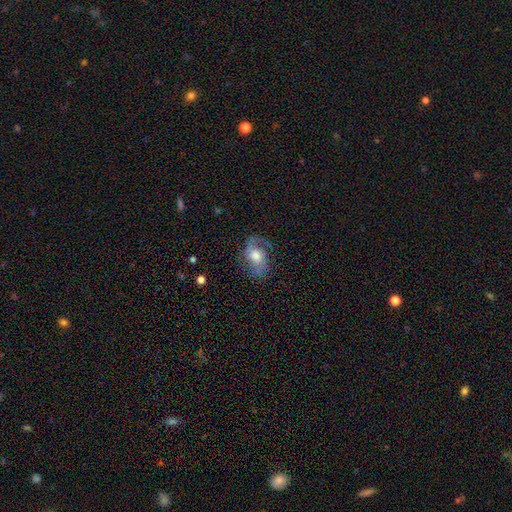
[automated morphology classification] Smooth or featured? featured or disk (70%)
Edge-on disk? no (96%)
Bar? no (59%)
Spiral arms? yes (89%)
Spiral winding? medium (47%)
Spiral arm count? 2 (87%)
Bulge size? moderate (45%)
Merging? none (70%)